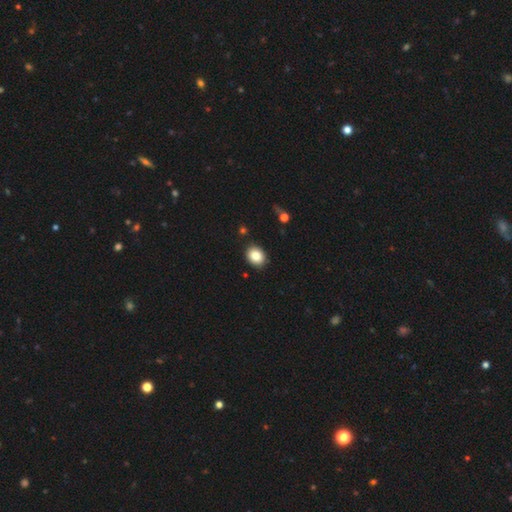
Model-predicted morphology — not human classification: A smooth galaxy with no disk features (84%) that is in between round and cigar-shaped (52%).

Vote fractions:
- Smooth or featured? smooth: 84% / star or artifact: 9% / featured or disk: 7%
- How rounded? in between: 52% / round: 47% / cigar-shaped: 1%
- Merging? none: 88% / minor disturbance: 8% / merger: 2% / major disturbance: 2%